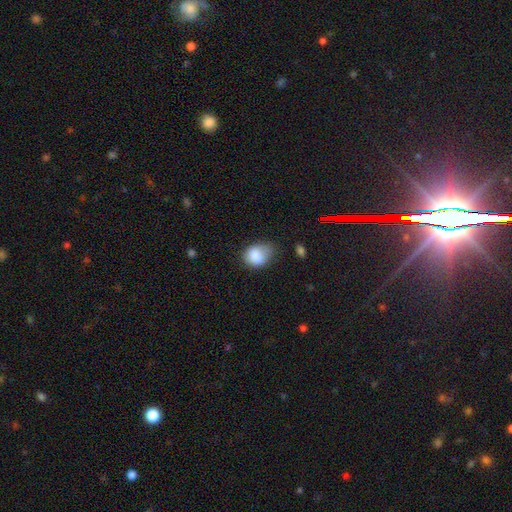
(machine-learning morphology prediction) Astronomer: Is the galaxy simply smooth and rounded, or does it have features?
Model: smooth — 84%.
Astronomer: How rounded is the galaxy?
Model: in between — 59% (runner-up: round, 40%).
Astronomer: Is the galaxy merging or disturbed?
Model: none — 41%, tied with minor disturbance at 41%.